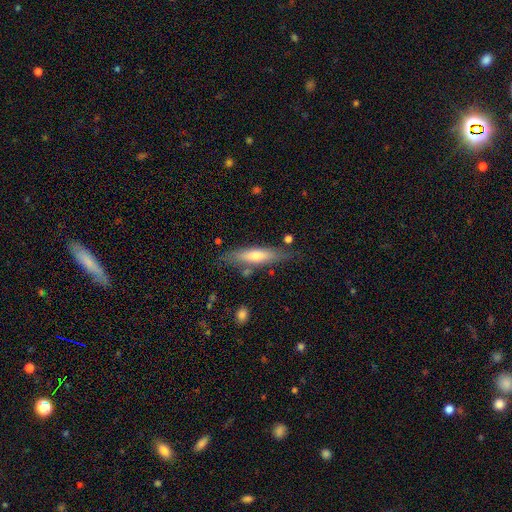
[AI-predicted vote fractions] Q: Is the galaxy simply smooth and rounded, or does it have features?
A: smooth — 52%.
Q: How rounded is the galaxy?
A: cigar-shaped — 77%.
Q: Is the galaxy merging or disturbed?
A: none — 77%.